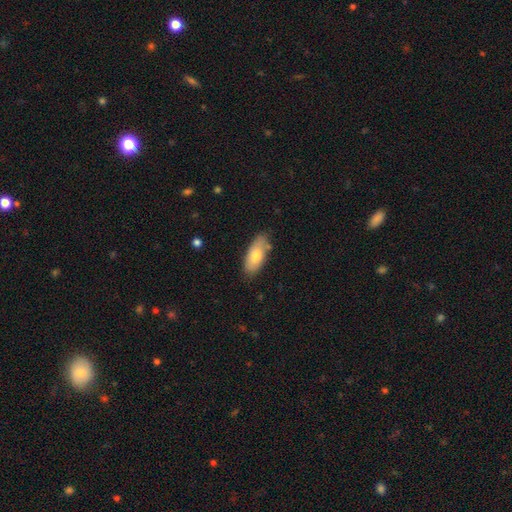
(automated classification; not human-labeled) The model was most divided on "smooth or featured": smooth: 73%, featured or disk: 21%, star or artifact: 6%. More confident: how rounded — in between (85%); merging — none (76%).